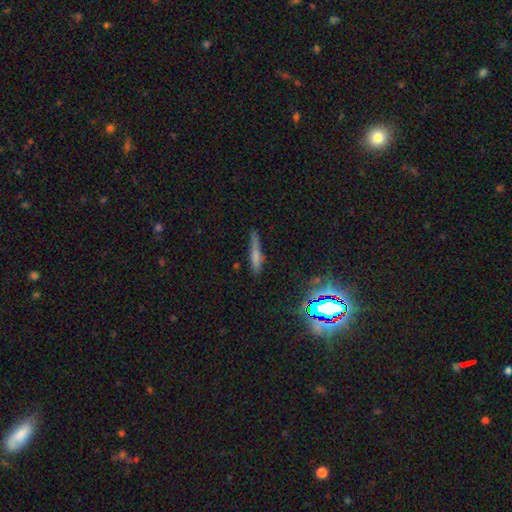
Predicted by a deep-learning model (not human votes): Smooth or featured? smooth (59%)
How rounded? cigar-shaped (86%)
Merging? none (69%)